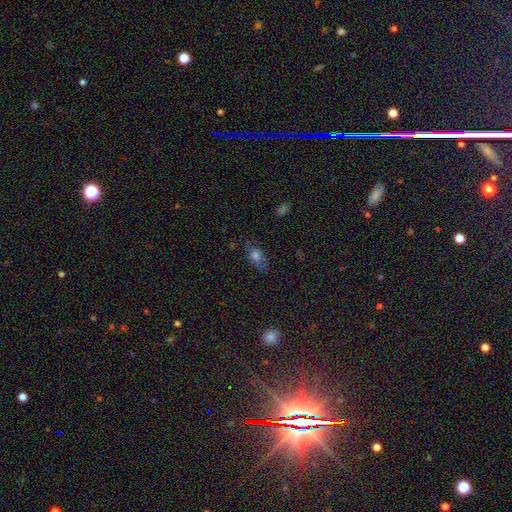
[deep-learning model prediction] smooth-or-featured: smooth: 61% | star or artifact: 20% | featured or disk: 19%
  how-rounded: in between: 73% | round: 17% | cigar-shaped: 10%
  merging: none: 71% | minor disturbance: 21% | major disturbance: 7% | merger: 2%